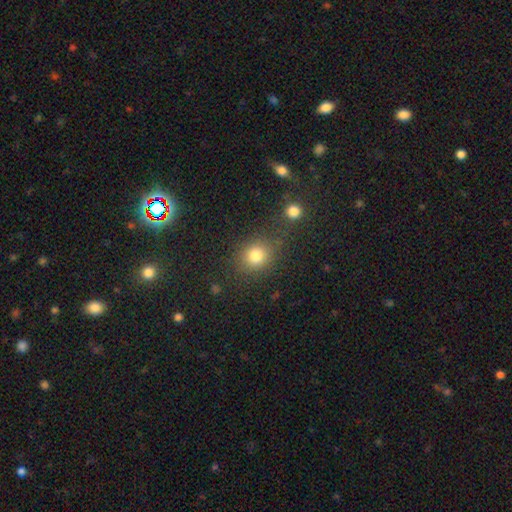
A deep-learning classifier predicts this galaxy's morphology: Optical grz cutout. It shows a smooth galaxy with no disk features (81%) that is round (76%). Merging: none (76%).